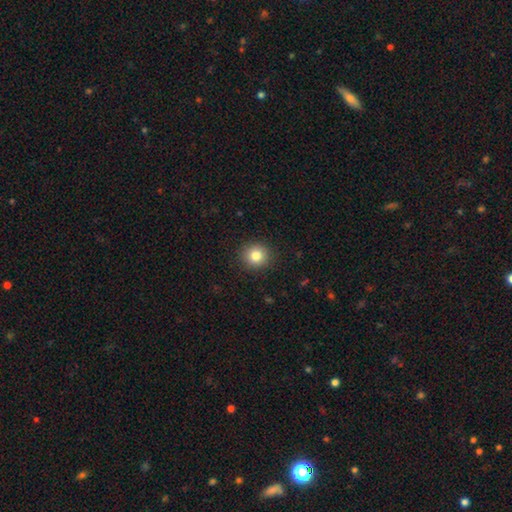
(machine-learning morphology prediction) This is clearly a smooth galaxy (82%). How rounded: clearly round (90%). Merging: clearly none (91%).